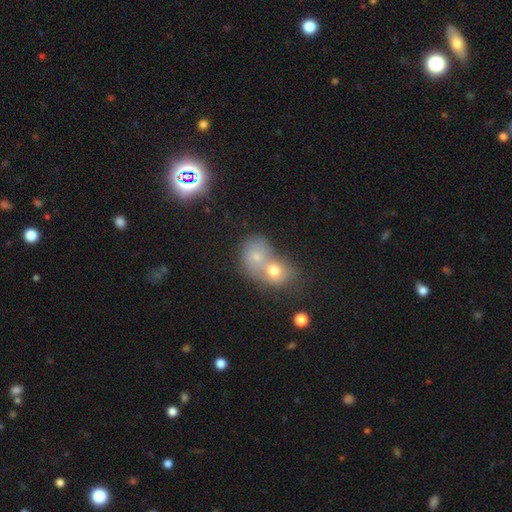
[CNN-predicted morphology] Smooth or featured? smooth (64%)
How rounded? round (55%)
Merging? merger (69%)